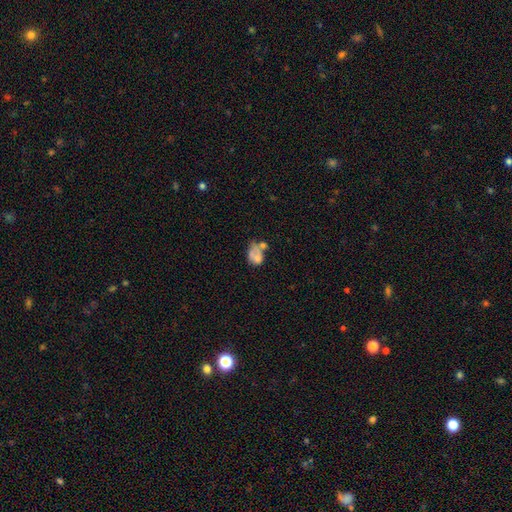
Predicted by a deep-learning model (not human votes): Smooth or featured?
  - smooth: 53% *
  - featured or disk: 35%
  - star or artifact: 12%
How rounded?
  - in between: 74% *
  - round: 25%
  - cigar-shaped: 1%
Merging?
  - merger: 40% *
  - major disturbance: 21%
  - none: 21%
  - minor disturbance: 18%